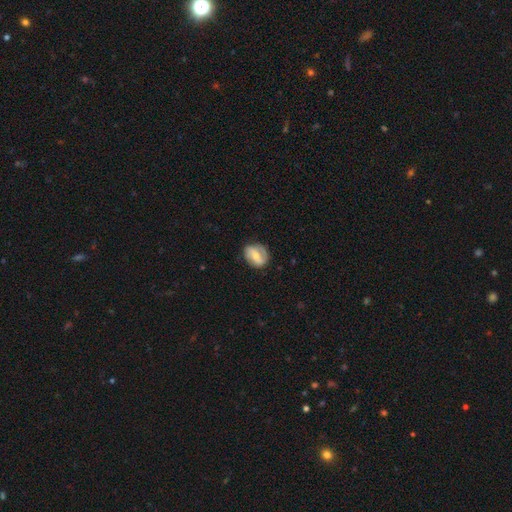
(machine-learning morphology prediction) Q: Smooth or featured?
A: featured or disk (61%); runner-up: smooth (33%)
Q: Edge-on disk?
A: no (96%); runner-up: yes (4%)
Q: Bar?
A: weak (41%); runner-up: strong (32%)
Q: Spiral arms?
A: yes (81%); runner-up: no (19%)
Q: Bulge size?
A: moderate (52%); runner-up: small (42%)
Q: Merging?
A: none (73%); runner-up: minor disturbance (19%)